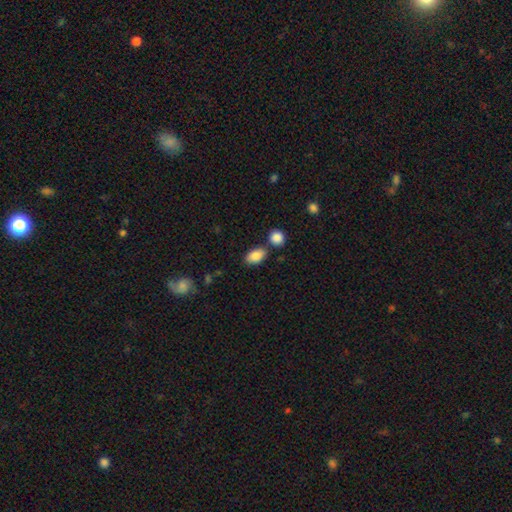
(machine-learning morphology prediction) type=smooth (87%); roundness=in between (91%); merging=none (74%).